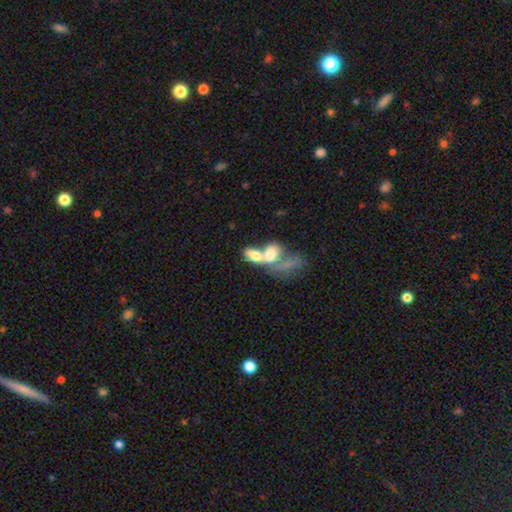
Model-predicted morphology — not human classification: The model was most divided on "smooth or featured": smooth: 67%, featured or disk: 25%, star or artifact: 9%. More confident: how rounded — in between (85%); merging — merger (76%).